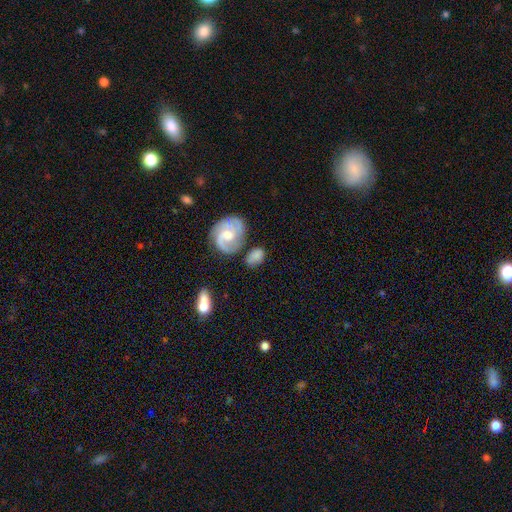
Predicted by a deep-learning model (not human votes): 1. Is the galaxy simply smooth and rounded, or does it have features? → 59% smooth, 33% featured or disk, 8% star or artifact.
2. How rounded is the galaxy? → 70% in between, 28% round, 3% cigar-shaped.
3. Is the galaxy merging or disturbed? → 56% none, 21% minor disturbance, 13% merger, 10% major disturbance.